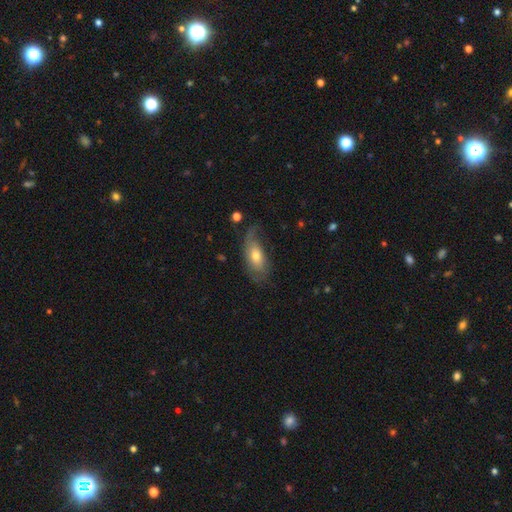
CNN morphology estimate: smooth 54%, featured or disk 39%, star or artifact 7%. Down the decision tree: how rounded — in between (85%); merging — none (45%).